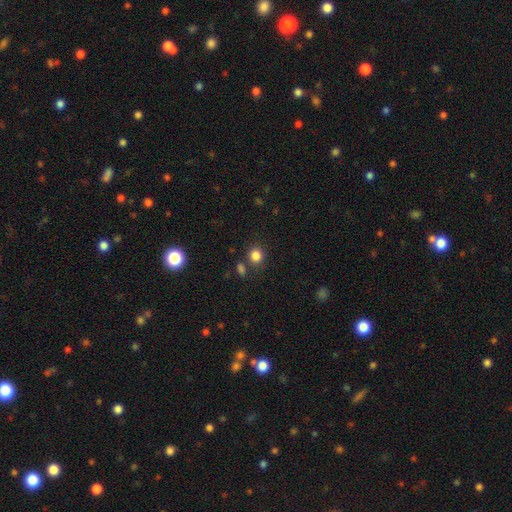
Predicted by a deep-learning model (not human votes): Smooth or featured? Predicted: smooth (p=0.83). How rounded? Predicted: round (p=0.82). Merging? Predicted: none (p=0.77).